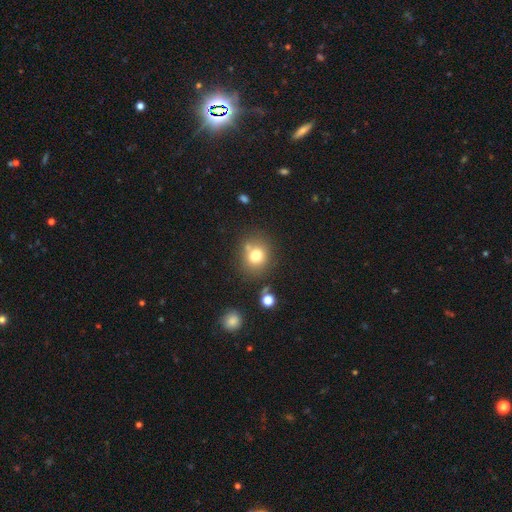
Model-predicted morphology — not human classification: A smooth galaxy with no disk features (76%) that is round (79%).

Vote fractions:
- Smooth or featured? smooth: 76% / star or artifact: 13% / featured or disk: 11%
- How rounded? round: 79% / in between: 20% / cigar-shaped: 1%
- Merging? none: 70% / merger: 13% / minor disturbance: 13% / major disturbance: 5%